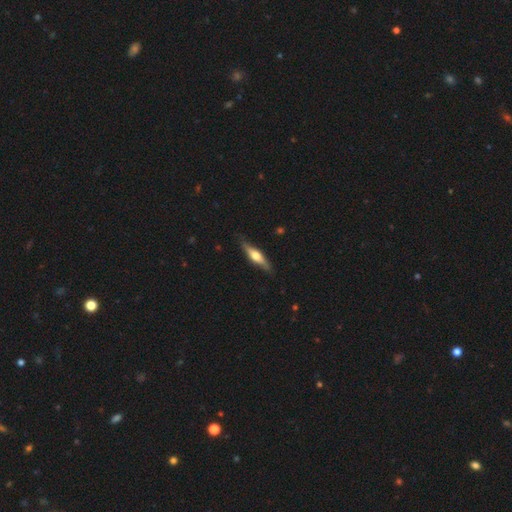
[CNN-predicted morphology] Smooth or featured?
  - featured or disk: 56% *
  - smooth: 39%
  - star or artifact: 5%
Edge-on disk?
  - yes: 93% *
  - no: 7%
Edge-on bulge?
  - rounded: 90% *
  - boxy: 6%
  - none: 4%
Merging?
  - none: 83% *
  - minor disturbance: 13%
  - major disturbance: 2%
  - merger: 1%